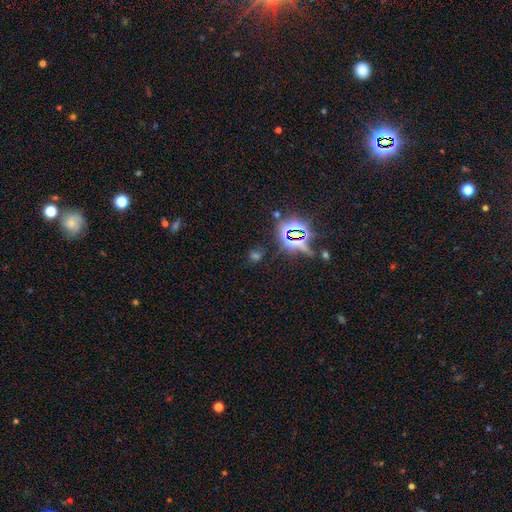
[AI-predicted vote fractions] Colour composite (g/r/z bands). It shows a star or artifact, not a galaxy (68%).